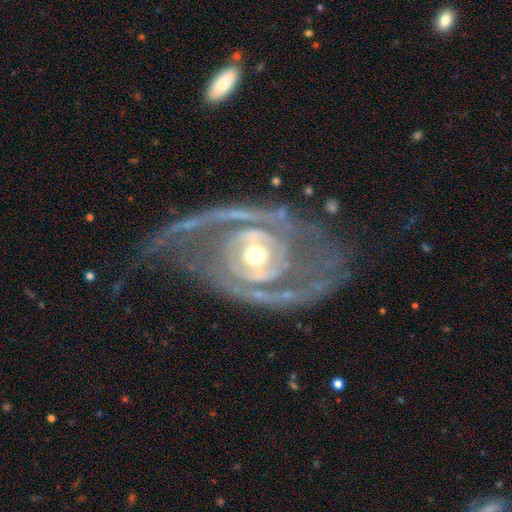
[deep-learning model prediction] Smooth or featured? Predicted: featured or disk (p=0.90). Edge-on disk? Predicted: no (p=0.95). Bar? Predicted: no (p=0.58). Spiral arms? Predicted: yes (p=0.88). Spiral winding? Predicted: tight (p=0.45). Spiral arm count? Predicted: 2 (p=0.66). Bulge size? Predicted: moderate (p=0.67). Merging? Predicted: none (p=0.57).